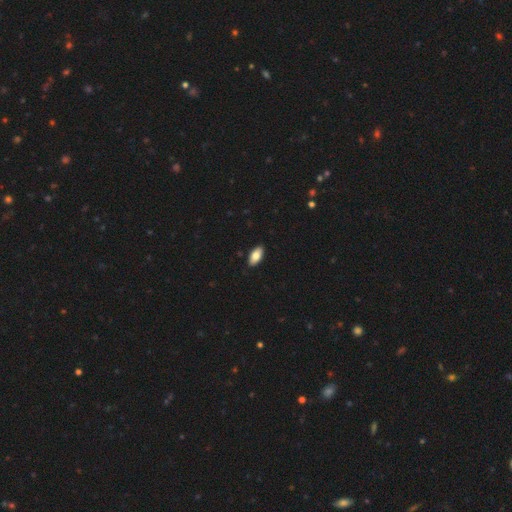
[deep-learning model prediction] This appears to be a smooth galaxy with no disk features (82%) that is in between round and cigar-shaped (92%). Merging: none (90%).